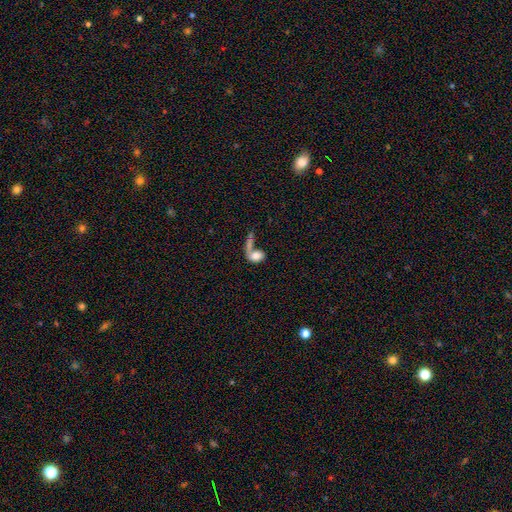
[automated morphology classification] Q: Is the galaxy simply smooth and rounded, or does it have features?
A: smooth — 70%.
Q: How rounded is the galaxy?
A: in between — 74%.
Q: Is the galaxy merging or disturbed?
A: merger — 44%.